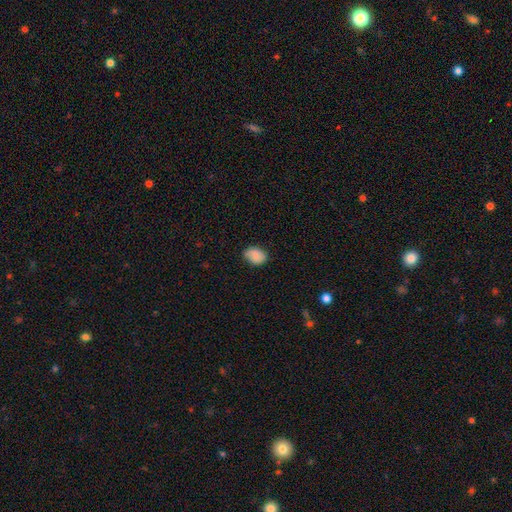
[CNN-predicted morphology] A smooth galaxy with no disk features (80%) that is in between round and cigar-shaped (71%). Merging: none (71%).